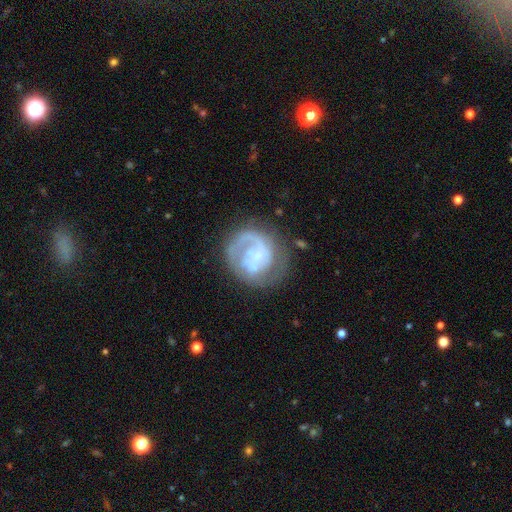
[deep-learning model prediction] A featured or disk galaxy (73%) with no bar (60%), 1 (40%) tight (48%) spiral arms (83%) and a small central bulge (48%).

Vote fractions:
- Smooth or featured? featured or disk: 73% / smooth: 20% / star or artifact: 6%
- Edge-on disk? no: 98% / yes: 2%
- Bar? no: 60% / weak: 32% / strong: 7%
- Spiral arms? yes: 83% / no: 17%
- Spiral winding? tight: 48% / medium: 34% / loose: 17%
- Spiral arm count? 1: 40% / 2: 29% / can't tell: 20% / 3: 7% / 4: 2% / more than 4: 2%
- Bulge size? small: 48% / none: 26% / moderate: 20% / large: 5% / dominant: 2%
- Merging? none: 59% / major disturbance: 19% / minor disturbance: 19% / merger: 3%